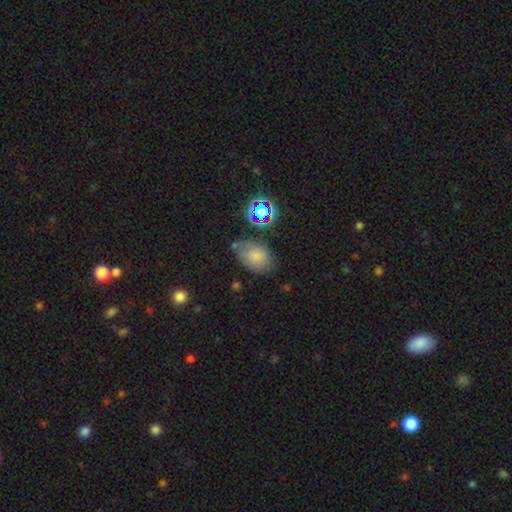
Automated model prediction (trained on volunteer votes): The model was most divided on "merging": none: 63%, minor disturbance: 23%, major disturbance: 7%, merger: 6%. More confident: how rounded — in between (83%); smooth or featured — smooth (70%).